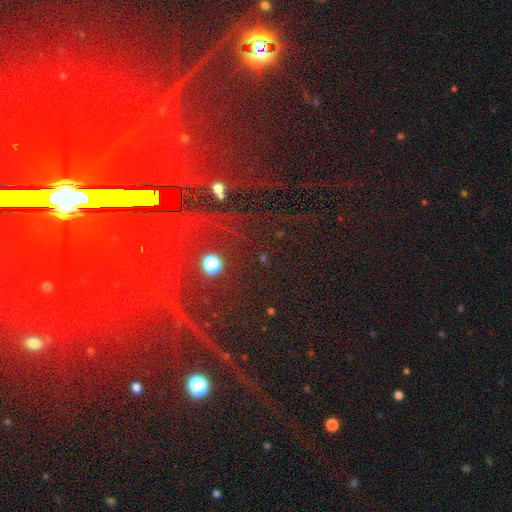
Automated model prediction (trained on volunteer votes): Overall: star or artifact (71%).